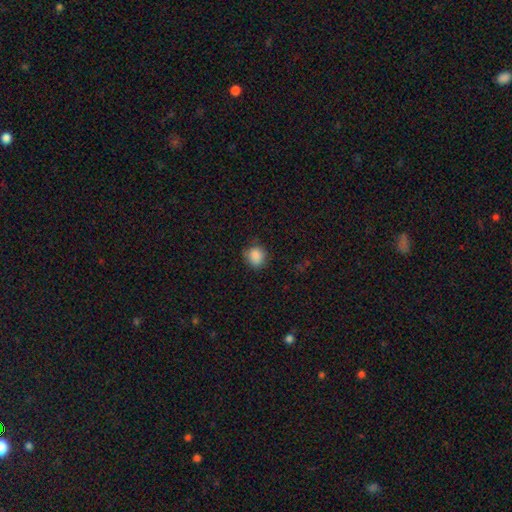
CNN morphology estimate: type=smooth (87%); roundness=round (80%); merging=none (78%).